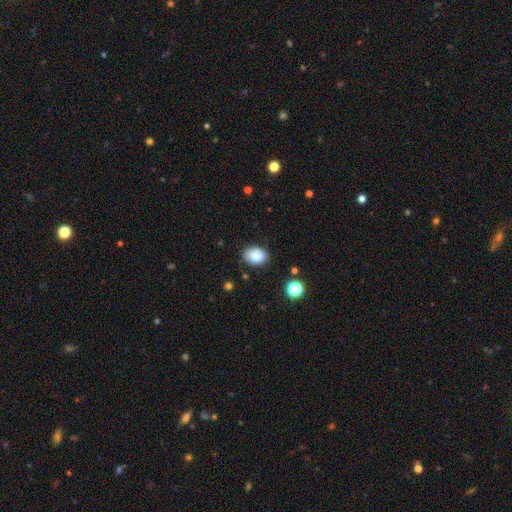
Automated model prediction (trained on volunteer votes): A smooth galaxy with no disk features (85%) that is in between round and cigar-shaped (68%). Merging: none (82%).